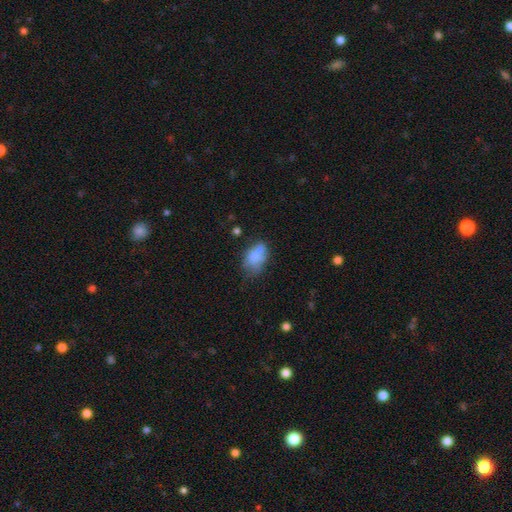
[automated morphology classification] The model was most divided on "merging": none: 37%, minor disturbance: 27%, merger: 19%, major disturbance: 16%. More confident: how rounded — in between (83%); smooth or featured — smooth (64%).